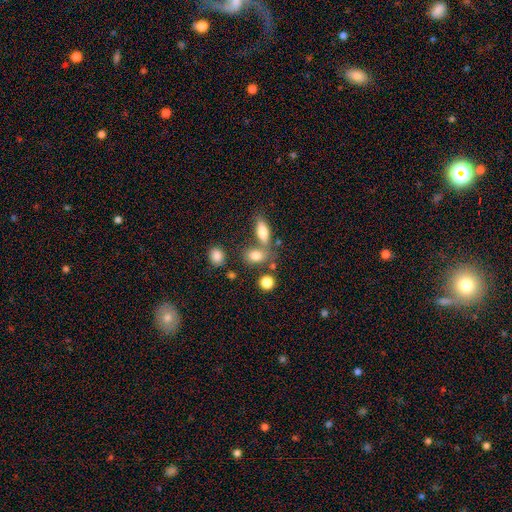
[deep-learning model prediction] Q: Smooth or featured?
A: smooth (79%); runner-up: star or artifact (11%)
Q: How rounded?
A: in between (69%); runner-up: round (26%)
Q: Merging?
A: none (50%); runner-up: merger (33%)